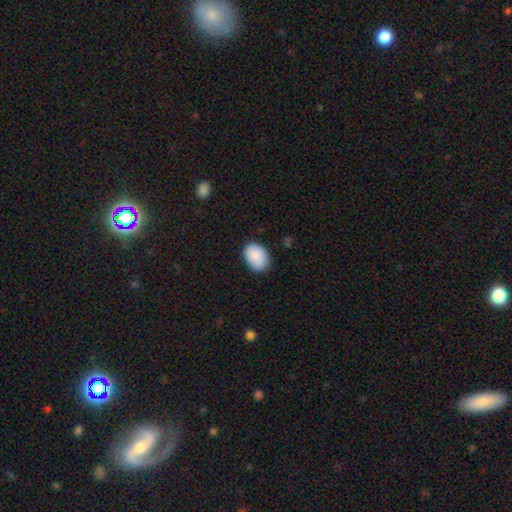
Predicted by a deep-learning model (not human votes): Smooth or featured?
  - smooth: 87% *
  - star or artifact: 7%
  - featured or disk: 6%
How rounded?
  - in between: 79% *
  - round: 20%
  - cigar-shaped: 1%
Merging?
  - none: 80% *
  - minor disturbance: 16%
  - major disturbance: 3%
  - merger: 1%